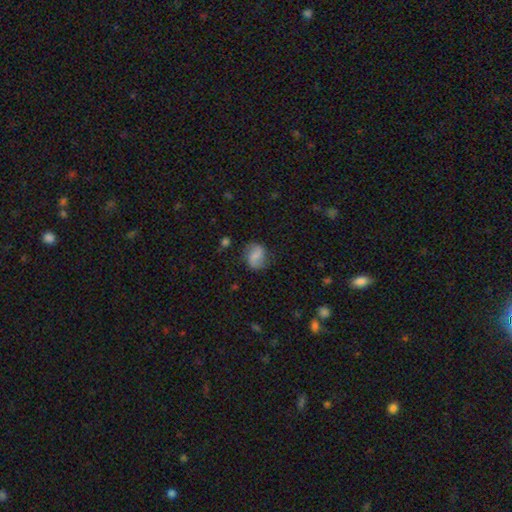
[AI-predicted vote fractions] Smooth or featured?
  - smooth: 50% *
  - featured or disk: 41%
  - star or artifact: 9%
How rounded?
  - in between: 49% * (tied)
  - round: 49% * (tied)
  - cigar-shaped: 2%
Merging?
  - none: 73% *
  - minor disturbance: 18%
  - major disturbance: 7%
  - merger: 2%